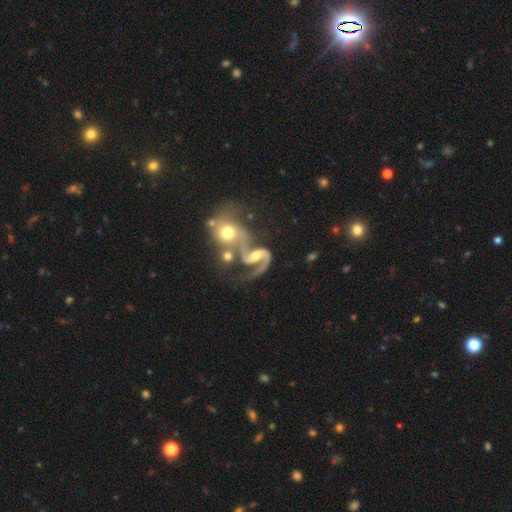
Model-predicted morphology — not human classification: Smooth or featured?
  - featured or disk: 86% *
  - smooth: 8%
  - star or artifact: 6%
Edge-on disk?
  - no: 97% *
  - yes: 3%
Bar?
  - weak: 42% *
  - strong: 32%
  - no: 26%
Spiral arms?
  - yes: 95% *
  - no: 5%
Spiral winding?
  - medium: 48% *
  - loose: 40%
  - tight: 12%
Spiral arm count?
  - 2: 82% *
  - 1: 12%
  - can't tell: 3%
  - 3: 1%
  - 4: 1%
  - more than 4: 1%
Bulge size?
  - moderate: 55% *
  - small: 30%
  - large: 8%
  - none: 6%
  - dominant: 2%
Merging?
  - merger: 48% *
  - none: 26%
  - major disturbance: 15%
  - minor disturbance: 12%